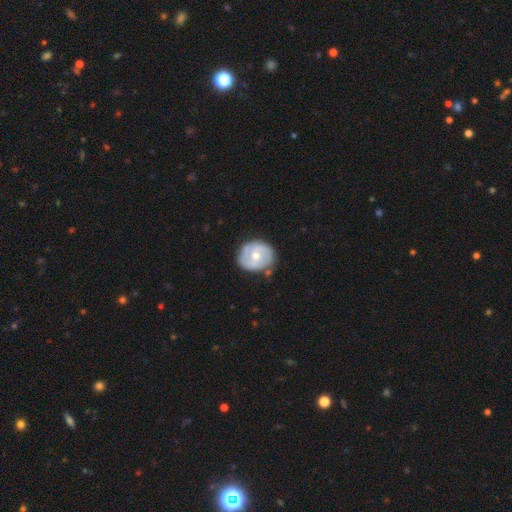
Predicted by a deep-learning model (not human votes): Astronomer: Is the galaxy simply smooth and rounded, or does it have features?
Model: featured or disk — 59% (runner-up: smooth, 35%).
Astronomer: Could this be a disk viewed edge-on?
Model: no — 97%.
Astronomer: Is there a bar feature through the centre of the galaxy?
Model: no — 69%.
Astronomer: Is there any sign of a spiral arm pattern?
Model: yes — 67%.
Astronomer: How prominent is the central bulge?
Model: moderate — 70%.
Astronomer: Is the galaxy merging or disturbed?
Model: none — 74%.